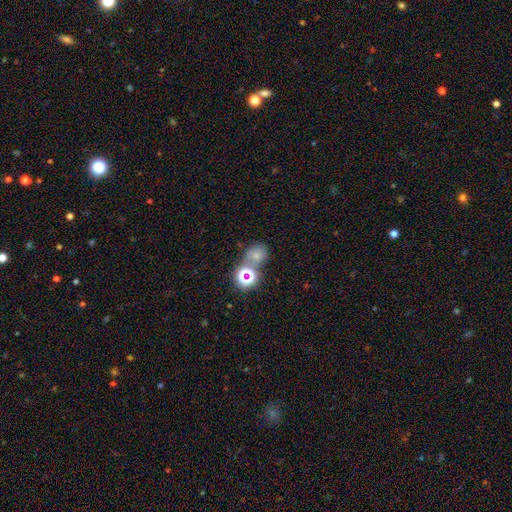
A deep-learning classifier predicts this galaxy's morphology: smooth 61%, star or artifact 29%, featured or disk 11%. Down the decision tree: how rounded — round (63%); merging — none (52%).